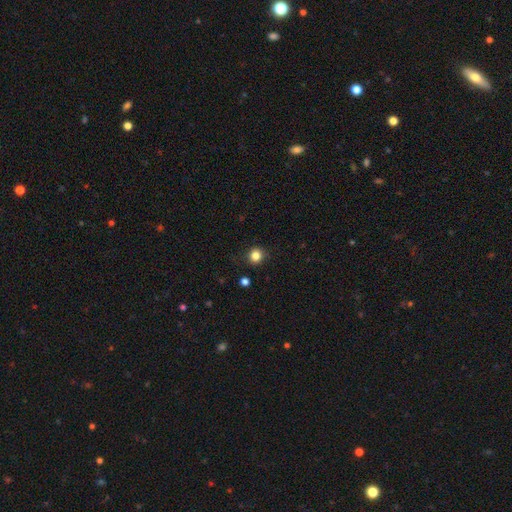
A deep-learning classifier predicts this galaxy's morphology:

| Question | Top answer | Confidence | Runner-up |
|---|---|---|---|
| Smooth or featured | smooth | 84% | star or artifact (12%) |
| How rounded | round | 89% | in between (10%) |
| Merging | none | 89% | minor disturbance (7%) |